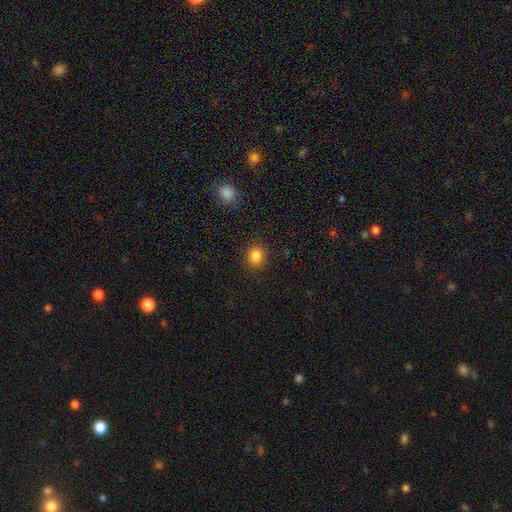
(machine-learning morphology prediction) type=smooth (84%); roundness=round (74%); merging=none (87%).